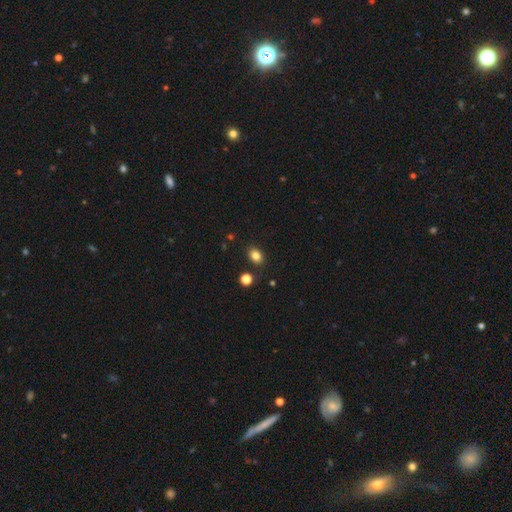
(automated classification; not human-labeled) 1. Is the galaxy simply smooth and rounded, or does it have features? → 83% smooth, 12% star or artifact, 6% featured or disk.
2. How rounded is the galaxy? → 66% in between, 33% round, 1% cigar-shaped.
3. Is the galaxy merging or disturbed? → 83% none, 11% minor disturbance, 4% merger, 3% major disturbance.